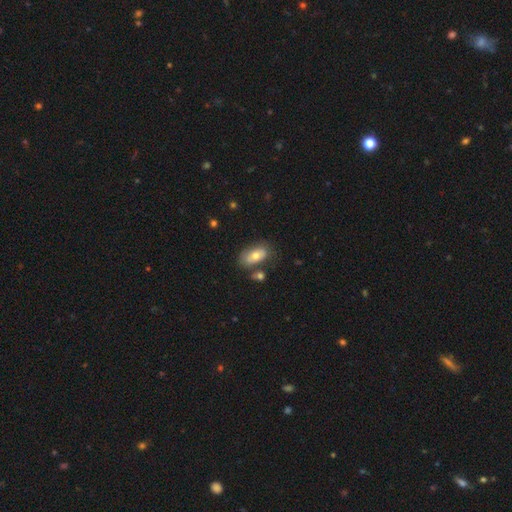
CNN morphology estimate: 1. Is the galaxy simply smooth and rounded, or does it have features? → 68% smooth, 25% featured or disk, 7% star or artifact.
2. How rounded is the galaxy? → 90% in between, 6% round, 4% cigar-shaped.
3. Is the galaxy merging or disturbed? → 64% none, 19% minor disturbance, 11% merger, 6% major disturbance.